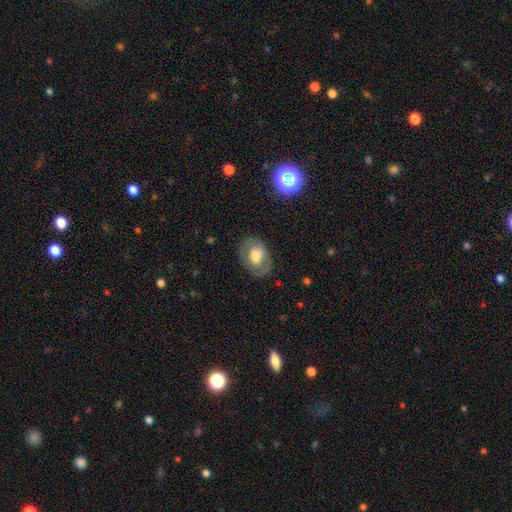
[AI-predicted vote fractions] This appears to be a smooth galaxy with no disk features (48%). Merging: none (74%).